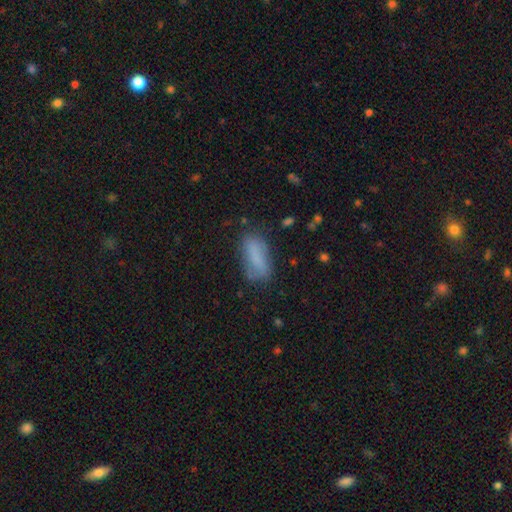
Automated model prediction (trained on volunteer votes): This appears to be a smooth galaxy with no disk features (79%) that is in between round and cigar-shaped (70%). Merging: none (67%).